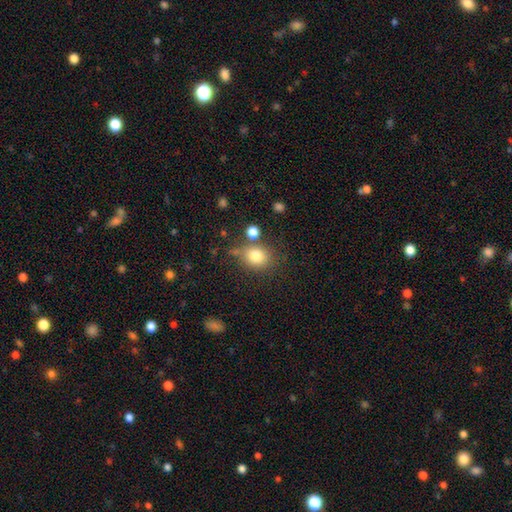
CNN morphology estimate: Smooth or featured?
  - smooth: 80% *
  - star or artifact: 11%
  - featured or disk: 8%
How rounded?
  - round: 60% *
  - in between: 38%
  - cigar-shaped: 1%
Merging?
  - none: 69% *
  - minor disturbance: 14%
  - merger: 11%
  - major disturbance: 5%